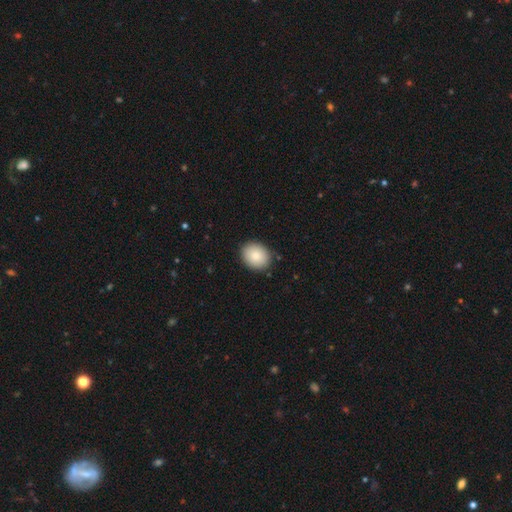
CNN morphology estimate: Smooth or featured? smooth (87%)
How rounded? round (57%)
Merging? none (89%)